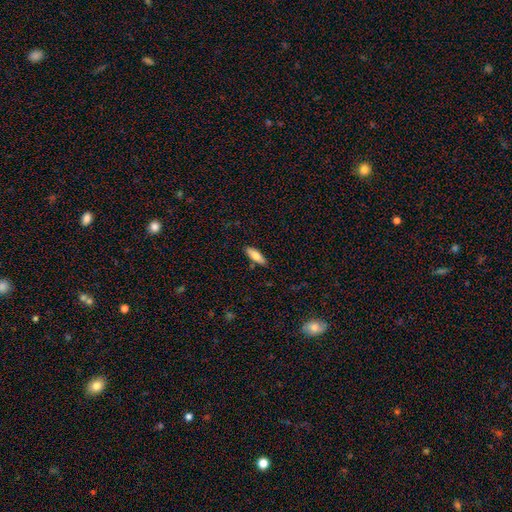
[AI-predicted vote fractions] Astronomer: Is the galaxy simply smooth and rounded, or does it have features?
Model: smooth — 70%.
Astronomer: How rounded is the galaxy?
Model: in between — 60% (runner-up: cigar-shaped, 37%).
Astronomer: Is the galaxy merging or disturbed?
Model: none — 86%.